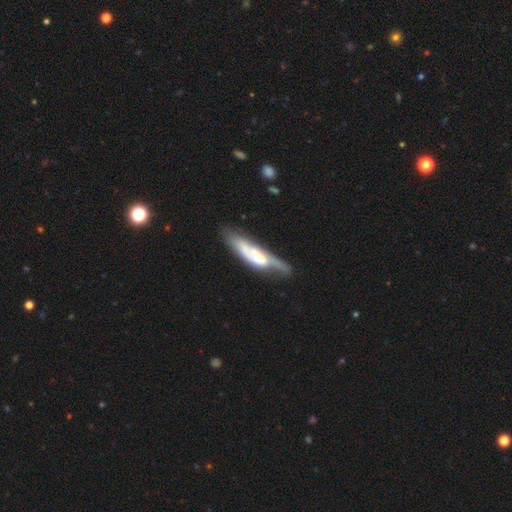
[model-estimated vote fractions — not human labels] This appears to be a featured or disk galaxy (61%) viewed edge-on (51%). Merging: none (46%).